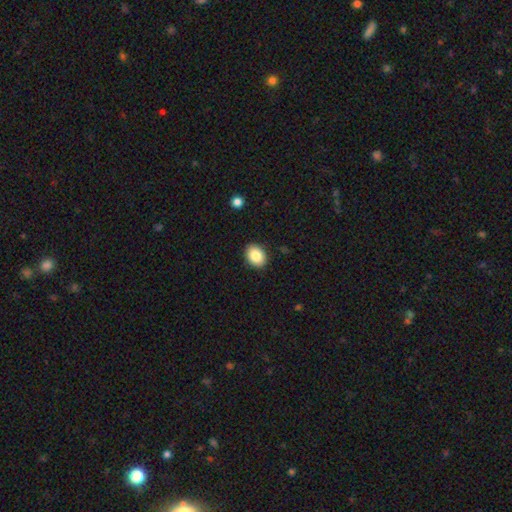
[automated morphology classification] Smooth or featured?
  - smooth: 86% *
  - star or artifact: 8%
  - featured or disk: 6%
How rounded?
  - in between: 67% *
  - round: 32%
  - cigar-shaped: 1%
Merging?
  - none: 90% *
  - minor disturbance: 7%
  - major disturbance: 2%
  - merger: 1%